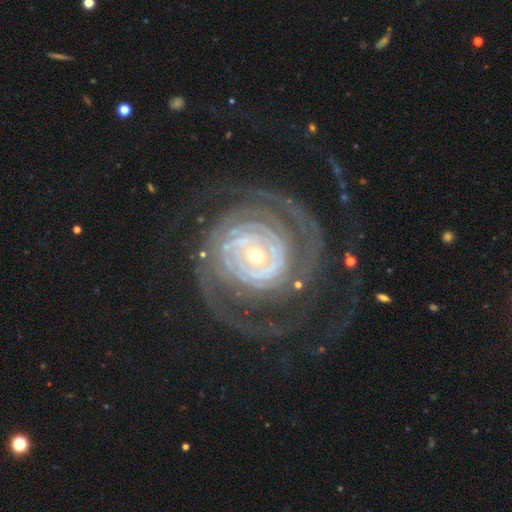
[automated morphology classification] This is clearly a featured or disk galaxy (90%). It is clearly not viewed edge-on (97%). Bar: likely no (67%). Spiral arm pattern: clearly yes (97%). Spiral arm count: marginally 2 (30%). Spiral winding: likely tight (76%). Central bulge: likely small (64%). Merging: likely none (63%).